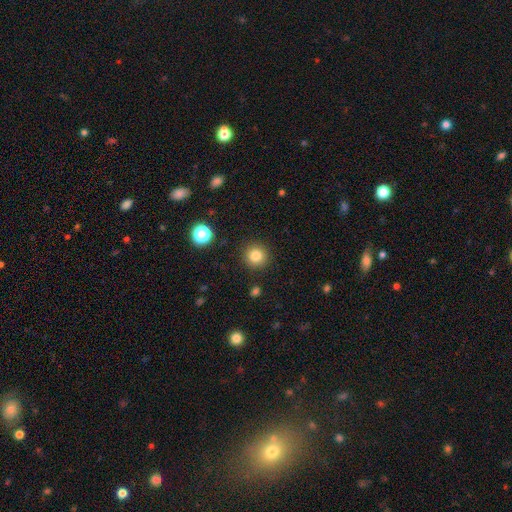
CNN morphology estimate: Smooth or featured?
  - smooth: 83% *
  - star or artifact: 12%
  - featured or disk: 6%
How rounded?
  - round: 94% *
  - in between: 5%
  - cigar-shaped: 1%
Merging?
  - none: 90% *
  - minor disturbance: 6%
  - major disturbance: 2%
  - merger: 2%